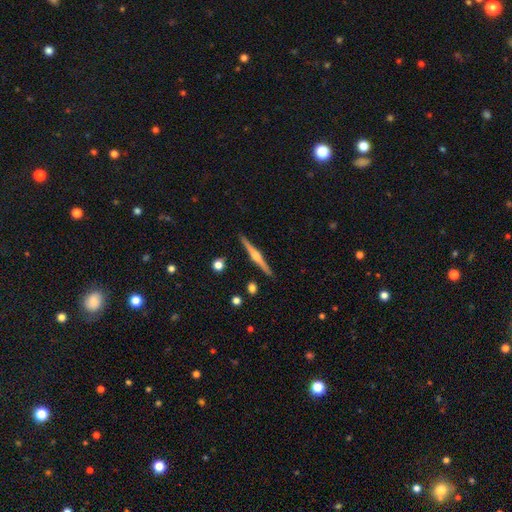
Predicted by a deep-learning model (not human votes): This is likely a featured or disk galaxy (78%). It is clearly viewed edge-on (98%). Edge-on bulge: clearly rounded (88%). Merging: clearly none (91%).